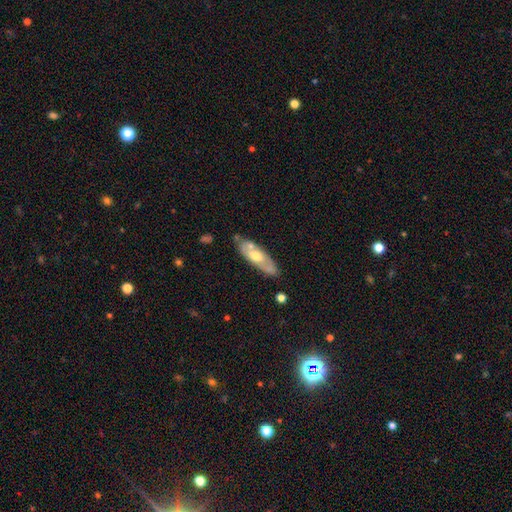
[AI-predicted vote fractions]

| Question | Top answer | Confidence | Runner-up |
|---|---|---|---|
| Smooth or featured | featured or disk | 57% | smooth (37%) |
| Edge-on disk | no | 69% | yes (31%) |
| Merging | none | 75% | minor disturbance (17%) |